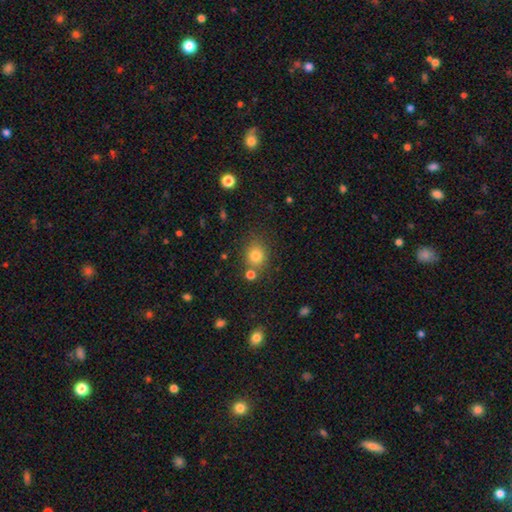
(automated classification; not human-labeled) A smooth galaxy with no disk features (79%) that is round (77%). Merging: none (74%).